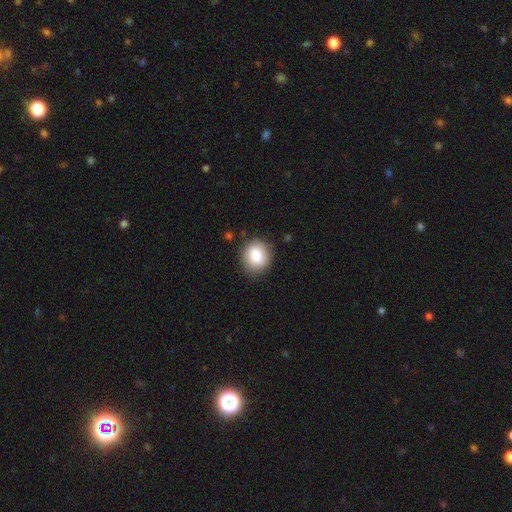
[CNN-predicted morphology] Smooth or featured? Predicted: smooth (p=0.85). How rounded? Predicted: round (p=0.77). Merging? Predicted: none (p=0.83).